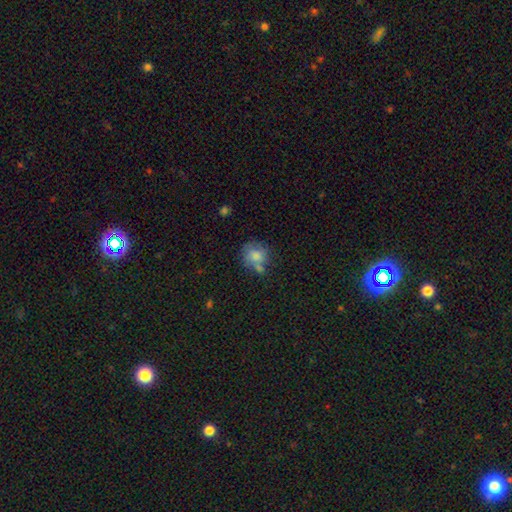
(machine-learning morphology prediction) Q: Smooth or featured?
A: smooth (71%); runner-up: featured or disk (20%)
Q: How rounded?
A: round (75%); runner-up: in between (24%)
Q: Merging?
A: none (47%); runner-up: minor disturbance (23%)